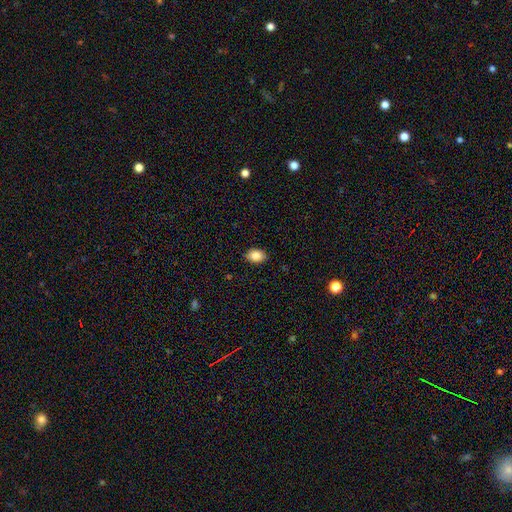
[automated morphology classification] Smooth or featured: smooth — 87% (star or artifact — 8%)
How rounded: in between — 77% (round — 22%)
Merging: none — 89% (minor disturbance — 8%)